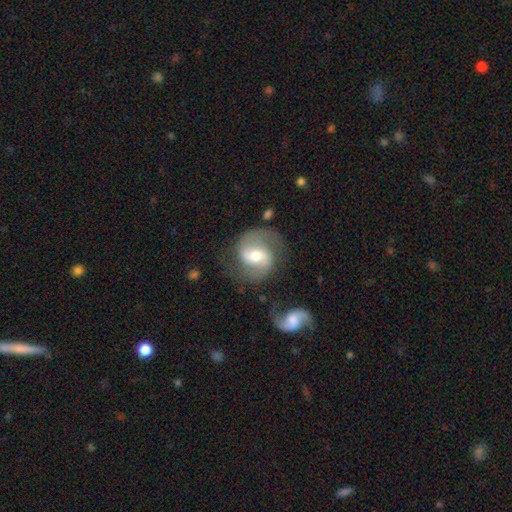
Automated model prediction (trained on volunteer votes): smooth-or-featured: featured or disk: 81% | smooth: 13% | star or artifact: 6%
  disk-edge-on: no: 98% | yes: 2%
    bar: weak: 50% | no: 27% | strong: 24%
    has-spiral-arms: yes: 94% | no: 6%
      spiral-winding: medium: 53% | loose: 30% | tight: 18%
      spiral-arm-count: 2: 90% | can't tell: 4% | 1: 3% | 3: 1% | 4: 1% | more than 4: 1%
    bulge-size: moderate: 69% | small: 20% | large: 8% | none: 1% | dominant: 1%
  merging: none: 70% | minor disturbance: 17% | major disturbance: 10% | merger: 3%